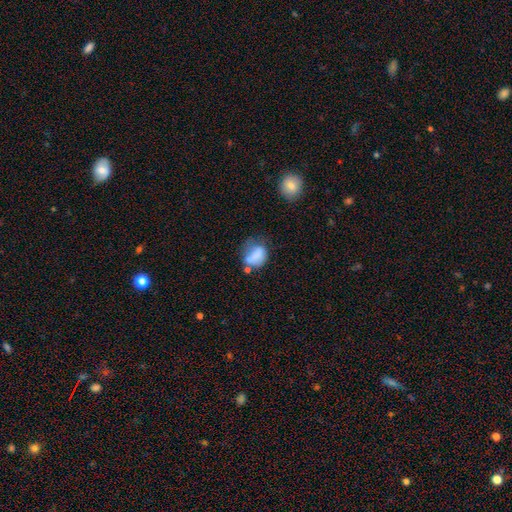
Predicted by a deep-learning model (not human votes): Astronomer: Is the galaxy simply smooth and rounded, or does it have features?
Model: smooth — 73%.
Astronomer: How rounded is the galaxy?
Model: in between — 61% (runner-up: round, 37%).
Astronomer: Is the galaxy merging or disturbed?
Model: none — 32% (runner-up: minor disturbance, 31%).